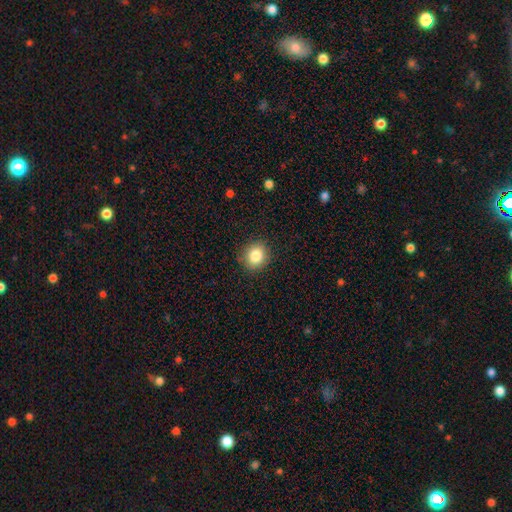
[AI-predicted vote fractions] Smooth or featured?
  - smooth: 84% *
  - star or artifact: 10%
  - featured or disk: 6%
How rounded?
  - round: 77% *
  - in between: 22%
  - cigar-shaped: 1%
Merging?
  - none: 88% *
  - minor disturbance: 9%
  - major disturbance: 2%
  - merger: 1%